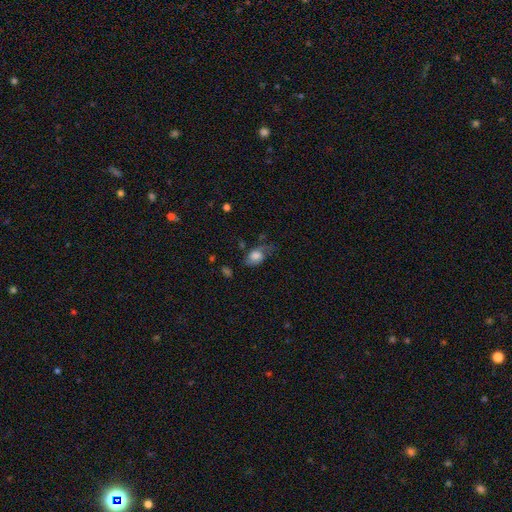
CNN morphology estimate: A smooth galaxy with no disk features (62%) that is in between round and cigar-shaped (84%). Merging: none (44%).